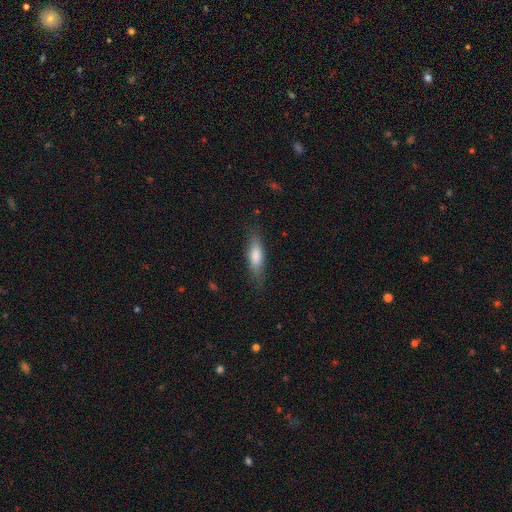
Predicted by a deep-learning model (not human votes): Q: Smooth or featured?
A: smooth (75%); runner-up: featured or disk (18%)
Q: How rounded?
A: in between (51%); runner-up: cigar-shaped (47%)
Q: Merging?
A: none (77%); runner-up: minor disturbance (17%)